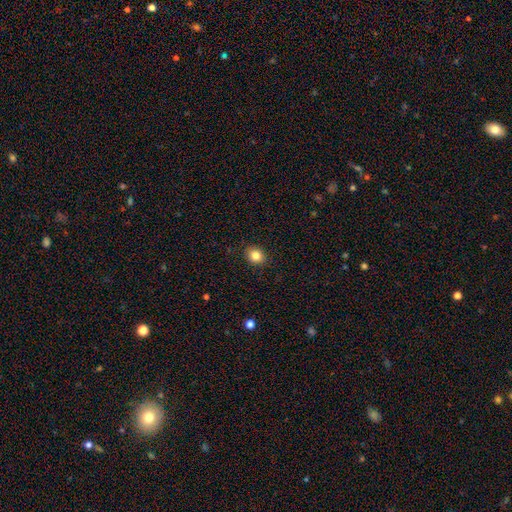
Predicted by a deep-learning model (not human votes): Smooth or featured? Predicted: smooth (p=0.83). How rounded? Predicted: round (p=0.66). Merging? Predicted: none (p=0.90).